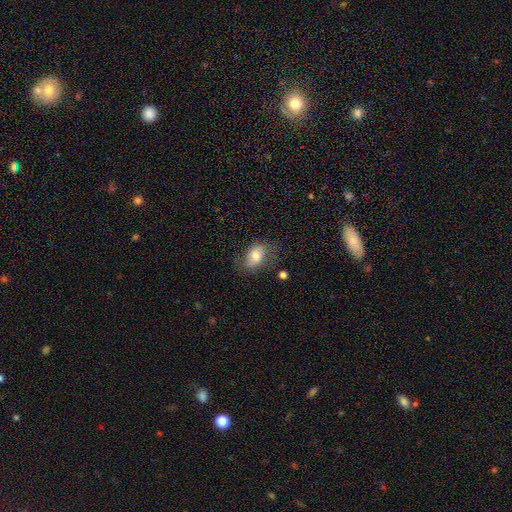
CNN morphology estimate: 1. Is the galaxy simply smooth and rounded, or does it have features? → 70% smooth, 22% featured or disk, 8% star or artifact.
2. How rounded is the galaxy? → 78% in between, 21% round, 1% cigar-shaped.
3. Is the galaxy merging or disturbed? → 61% none, 25% minor disturbance, 11% major disturbance, 3% merger.